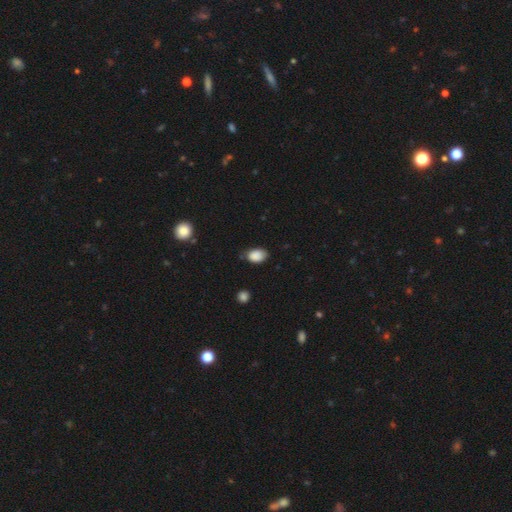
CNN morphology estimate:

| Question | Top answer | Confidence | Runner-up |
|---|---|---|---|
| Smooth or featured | smooth | 87% | star or artifact (8%) |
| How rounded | in between | 85% | round (14%) |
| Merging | none | 67% | minor disturbance (27%) |